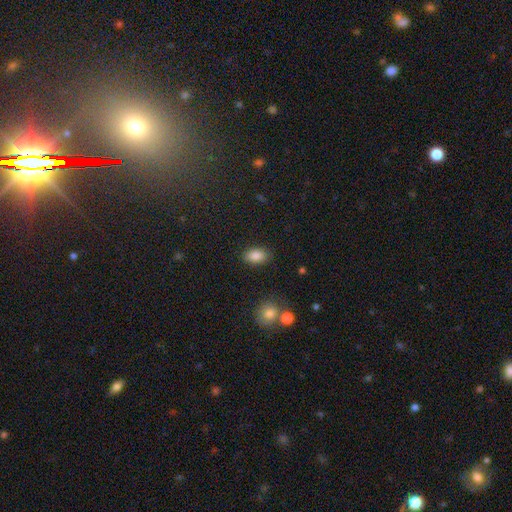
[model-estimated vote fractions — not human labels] smooth 87%, star or artifact 8%, featured or disk 5%. Down the decision tree: how rounded — in between (91%); merging — none (85%).